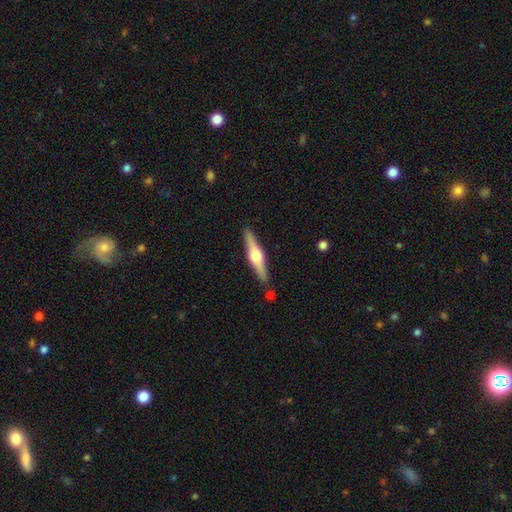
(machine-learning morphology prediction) Overall: featured or disk (72%). Edge-on disk: yes (98%). Edge-on bulge: rounded (92%). Merging: none (87%).